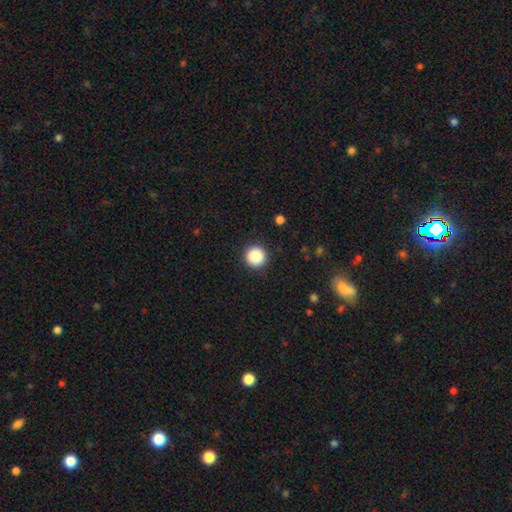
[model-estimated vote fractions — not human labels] Overall: smooth (88%). How rounded: round (96%). Merging: none (92%).